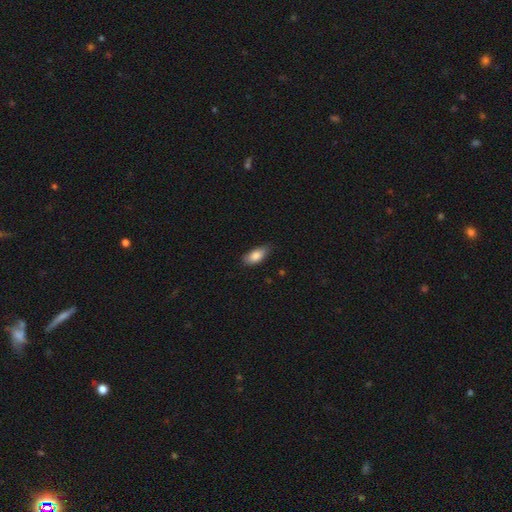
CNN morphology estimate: Smooth or featured: smooth — 85% (featured or disk — 8%)
How rounded: in between — 88% (cigar-shaped — 8%)
Merging: none — 73% (minor disturbance — 22%)